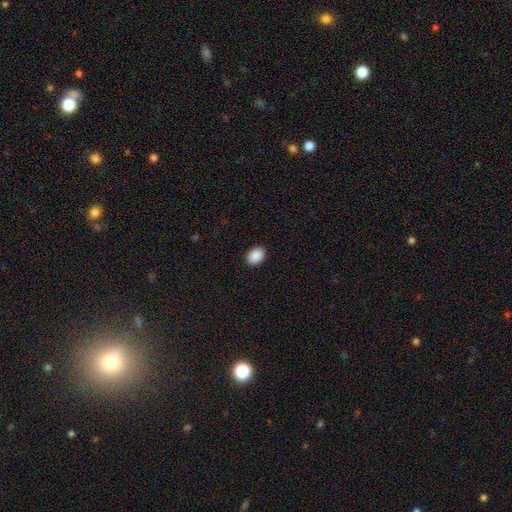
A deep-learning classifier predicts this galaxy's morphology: Overall: smooth (91%). How rounded: in between (63%; round 36%). Merging: none (91%).